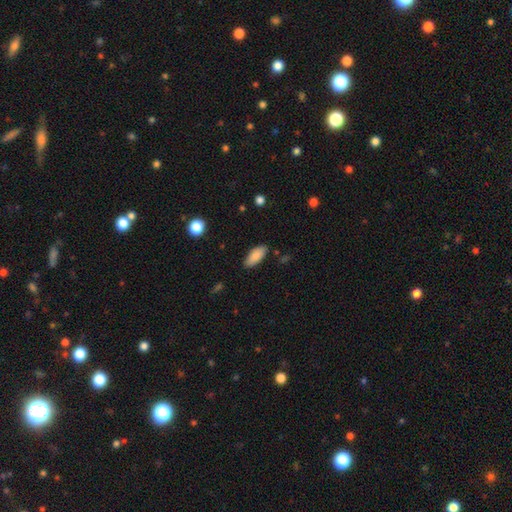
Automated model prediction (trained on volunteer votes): Q: Smooth or featured?
A: smooth (86%); runner-up: featured or disk (8%)
Q: How rounded?
A: in between (84%); runner-up: cigar-shaped (14%)
Q: Merging?
A: none (86%); runner-up: minor disturbance (11%)